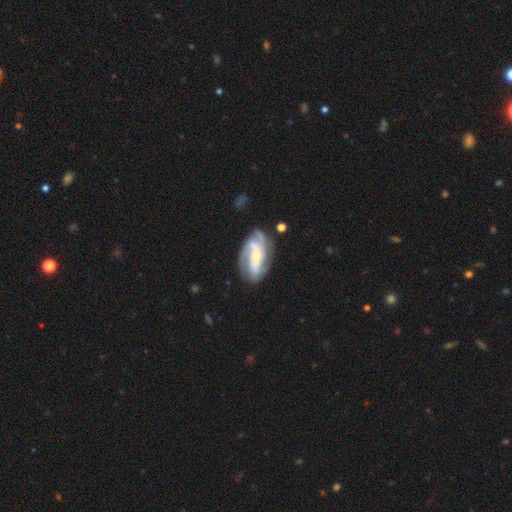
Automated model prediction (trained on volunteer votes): featured or disk 83%, smooth 12%, star or artifact 5%. Down the decision tree: edge-on disk — no (96%); bar — no (51%); spiral arms — yes (94%); spiral arm count — 2 (39%); spiral winding — medium (43%); bulge size — small (59%); merging — none (69%).